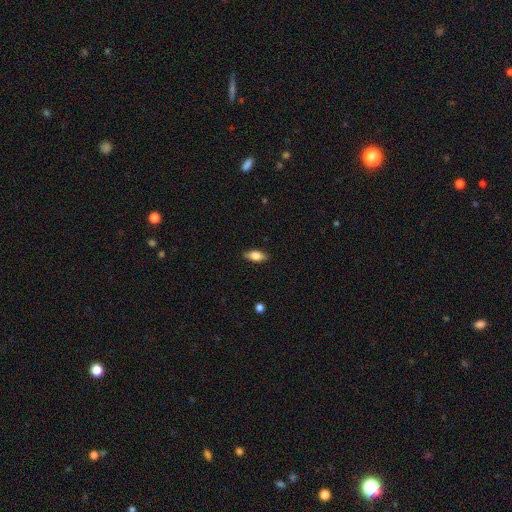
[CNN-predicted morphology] Overall: smooth (77%). How rounded: in between (85%). Merging: none (87%).